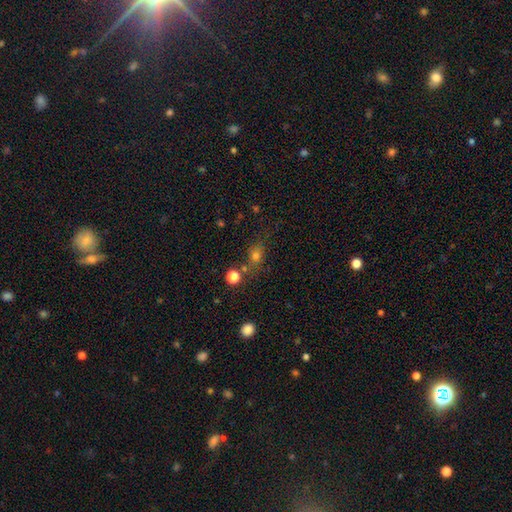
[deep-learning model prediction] Morphology: type=smooth (68%); roundness=round (58%); merging=none (67%).